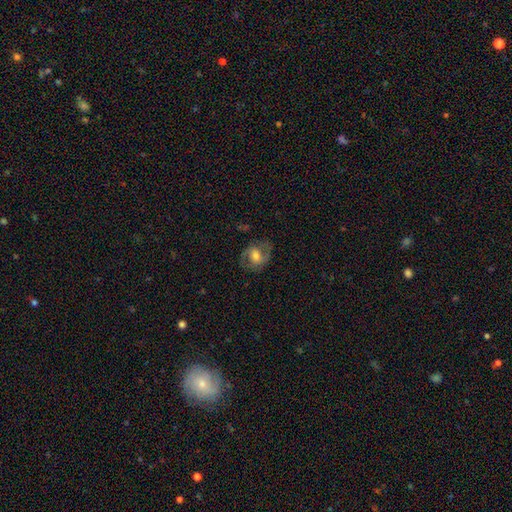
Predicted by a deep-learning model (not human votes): The model was most divided on "smooth or featured": featured or disk: 50%, smooth: 42%, star or artifact: 8%. More confident: edge-on disk — no (95%); merging — none (70%).